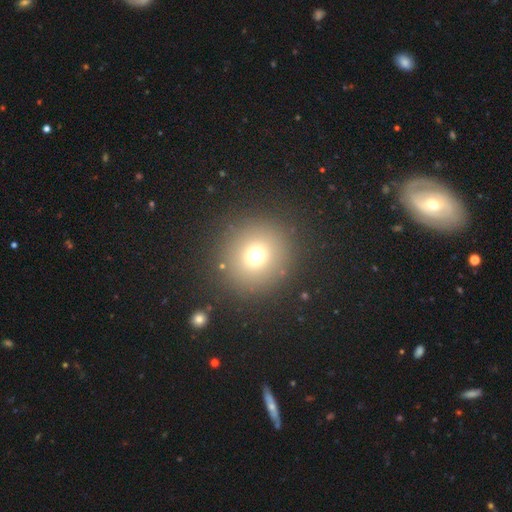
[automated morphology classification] Smooth or featured? Predicted: smooth (p=0.72). How rounded? Predicted: round (p=0.93). Merging? Predicted: none (p=0.88).